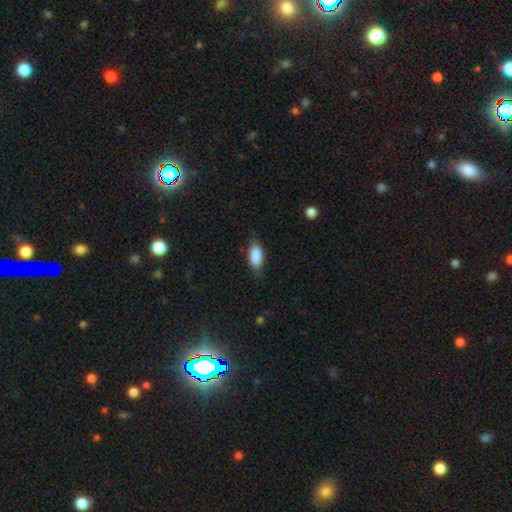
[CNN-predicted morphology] smooth_or_featured: smooth (p=0.86) [alt: featured or disk p=0.08]
how_rounded: in between (p=0.87) [alt: cigar-shaped p=0.10]
merging: none (p=0.73) [alt: minor disturbance p=0.21]